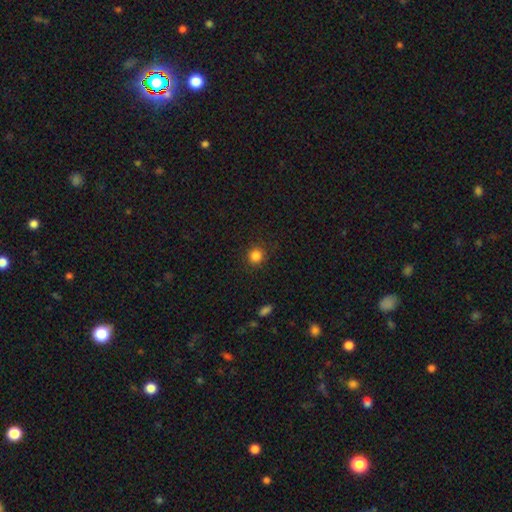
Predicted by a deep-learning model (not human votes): A smooth galaxy with no disk features (84%) that is round (90%).

Vote fractions:
- Smooth or featured? smooth: 84% / star or artifact: 12% / featured or disk: 4%
- How rounded? round: 90% / in between: 9% / cigar-shaped: 1%
- Merging? none: 89% / minor disturbance: 7% / major disturbance: 3% / merger: 1%